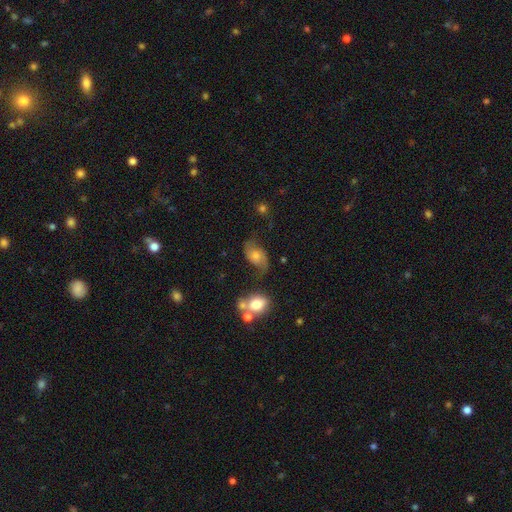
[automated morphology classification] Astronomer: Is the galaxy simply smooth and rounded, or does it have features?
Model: featured or disk — 64%.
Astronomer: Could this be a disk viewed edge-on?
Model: no — 96%.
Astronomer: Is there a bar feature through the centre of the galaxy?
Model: no — 69%.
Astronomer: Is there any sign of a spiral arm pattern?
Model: yes — 90%.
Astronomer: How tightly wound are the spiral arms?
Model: loose — 62%.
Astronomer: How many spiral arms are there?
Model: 2 — 90%.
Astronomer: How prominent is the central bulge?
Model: moderate — 50% (runner-up: small, 32%).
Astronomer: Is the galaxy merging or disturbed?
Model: none — 58%.